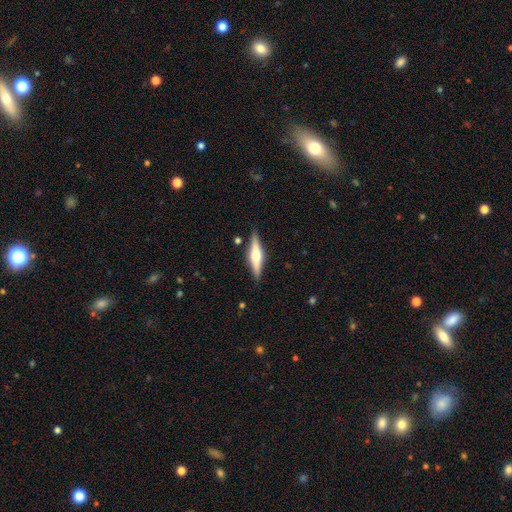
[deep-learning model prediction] Smooth or featured: featured or disk — 65% (smooth — 30%)
Edge-on disk: yes — 97% (no — 3%)
Edge-on bulge: rounded — 92% (boxy — 6%)
Merging: none — 87% (minor disturbance — 9%)